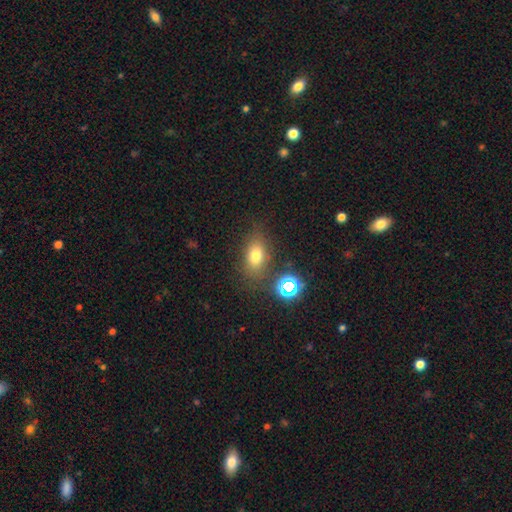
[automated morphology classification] A smooth galaxy with no disk features (72%) that is in between round and cigar-shaped (76%).

Vote fractions:
- Smooth or featured? smooth: 72% / star or artifact: 16% / featured or disk: 12%
- How rounded? in between: 76% / round: 21% / cigar-shaped: 3%
- Merging? none: 75% / minor disturbance: 14% / major disturbance: 6% / merger: 5%